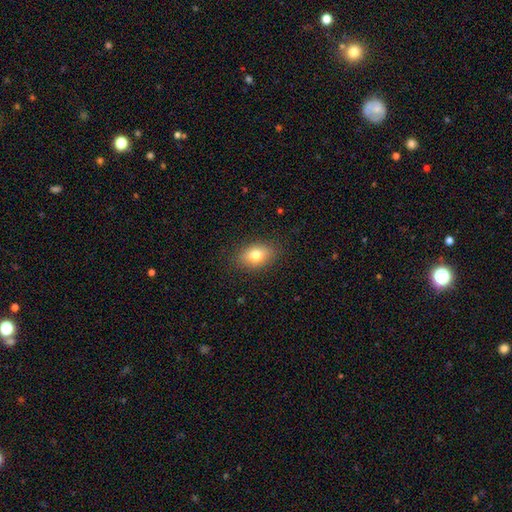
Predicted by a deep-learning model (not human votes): smooth_or_featured: smooth (p=0.77) [alt: featured or disk p=0.13]
how_rounded: in between (p=0.79) [alt: round p=0.19]
merging: none (p=0.86) [alt: minor disturbance p=0.10]